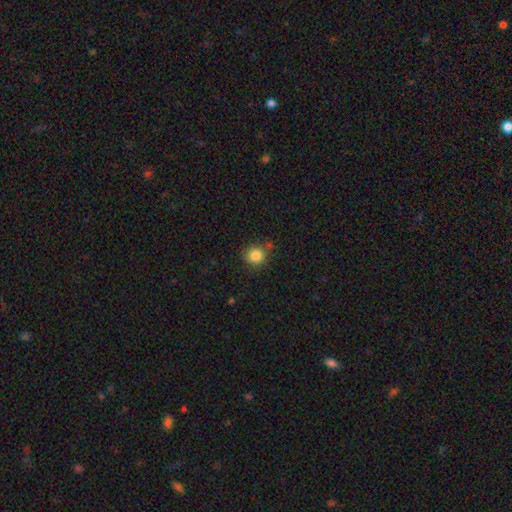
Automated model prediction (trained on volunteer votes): smooth-or-featured: smooth: 84% | star or artifact: 11% | featured or disk: 5%
  how-rounded: round: 89% | in between: 10% | cigar-shaped: 1%
  merging: none: 78% | minor disturbance: 14% | merger: 5% | major disturbance: 3%